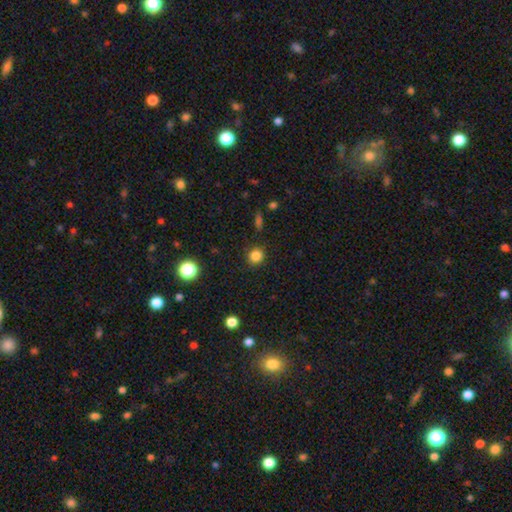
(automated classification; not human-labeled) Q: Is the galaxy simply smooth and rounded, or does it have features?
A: smooth — 83%.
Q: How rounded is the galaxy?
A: round — 86%.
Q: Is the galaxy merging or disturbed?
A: none — 89%.